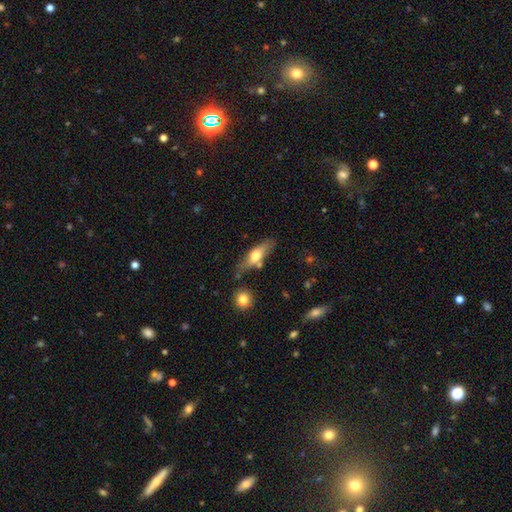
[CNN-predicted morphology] Q: Smooth or featured?
A: smooth (56%); runner-up: featured or disk (37%)
Q: How rounded?
A: in between (52%); runner-up: cigar-shaped (45%)
Q: Merging?
A: none (69%); runner-up: minor disturbance (17%)